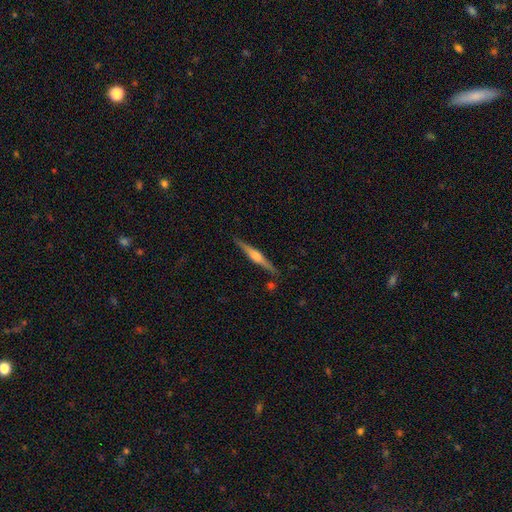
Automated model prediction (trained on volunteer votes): featured or disk 74%, smooth 20%, star or artifact 6%. Down the decision tree: edge-on disk — yes (98%); edge-on bulge — rounded (78%); merging — none (89%).